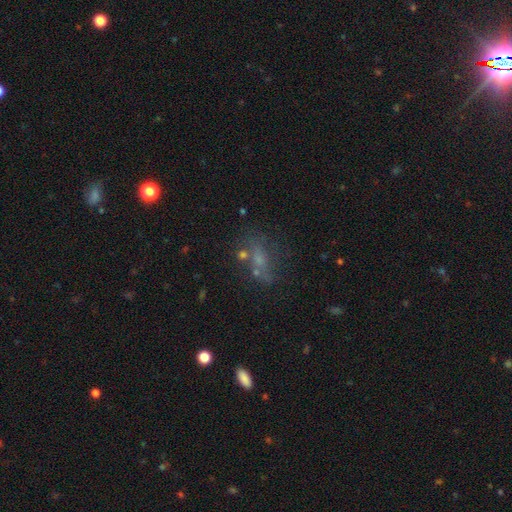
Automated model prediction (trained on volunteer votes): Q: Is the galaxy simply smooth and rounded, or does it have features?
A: smooth — 41%.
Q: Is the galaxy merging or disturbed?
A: none — 53%.